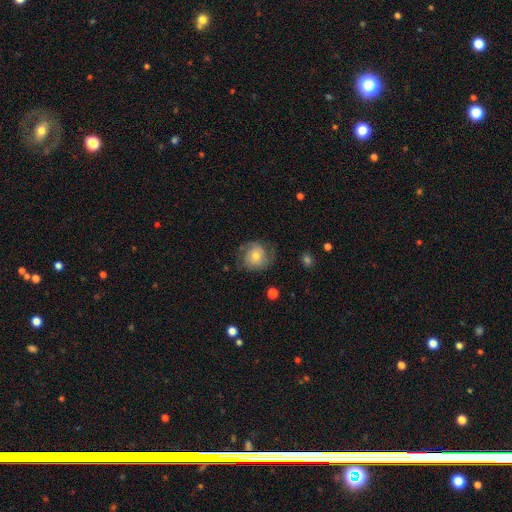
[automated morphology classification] Q: Smooth or featured?
A: featured or disk (52%); runner-up: smooth (39%)
Q: Edge-on disk?
A: no (97%); runner-up: yes (3%)
Q: Bar?
A: no (76%); runner-up: weak (20%)
Q: Spiral arms?
A: yes (82%); runner-up: no (18%)
Q: Bulge size?
A: moderate (62%); runner-up: small (30%)
Q: Merging?
A: none (67%); runner-up: minor disturbance (20%)